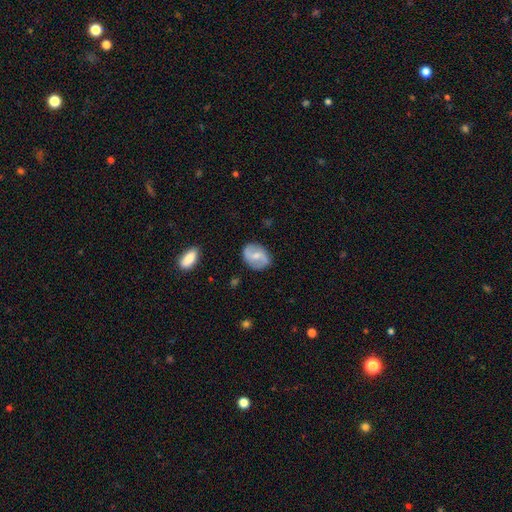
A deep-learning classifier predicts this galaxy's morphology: smooth_or_featured: featured or disk (p=0.60) [alt: smooth p=0.33]
disk_edge_on: no (p=0.96) [alt: yes p=0.04]
bar: weak (p=0.45) [alt: no p=0.34]
has_spiral_arms: yes (p=0.82) [alt: no p=0.18]
bulge_size: moderate (p=0.51) [alt: small p=0.43]
merging: none (p=0.83) [alt: minor disturbance p=0.13]